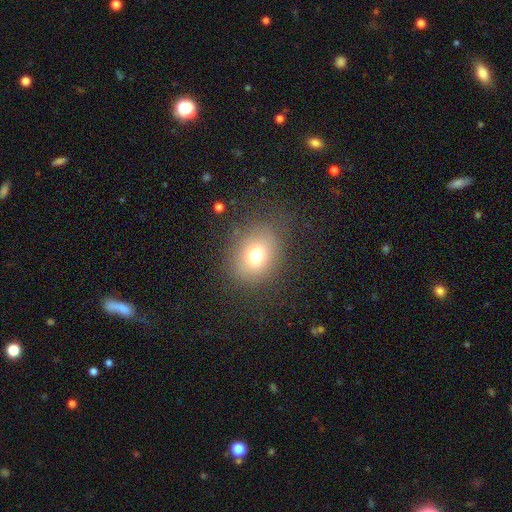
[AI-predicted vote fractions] smooth 72%, star or artifact 15%, featured or disk 13%. Down the decision tree: how rounded — round (59%); merging — none (76%).